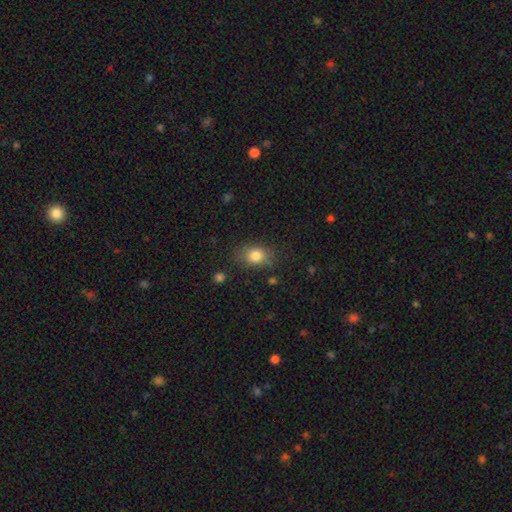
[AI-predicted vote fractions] Overall: smooth (82%). How rounded: in between (63%; round 35%). Merging: none (74%).